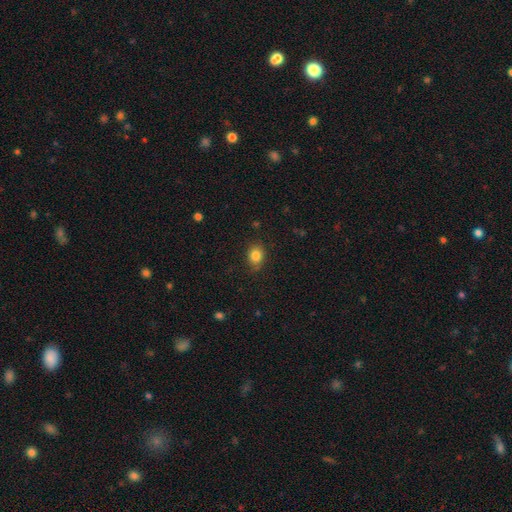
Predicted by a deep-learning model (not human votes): smooth_or_featured: smooth (p=0.84) [alt: star or artifact p=0.10]
how_rounded: in between (p=0.50) [alt: round p=0.49]
merging: none (p=0.80) [alt: minor disturbance p=0.16]